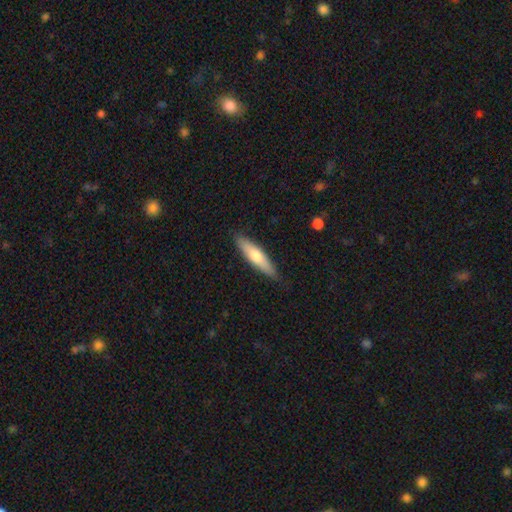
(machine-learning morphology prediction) smooth 60%, featured or disk 35%, star or artifact 5%. Down the decision tree: how rounded — cigar-shaped (77%); merging — none (87%).